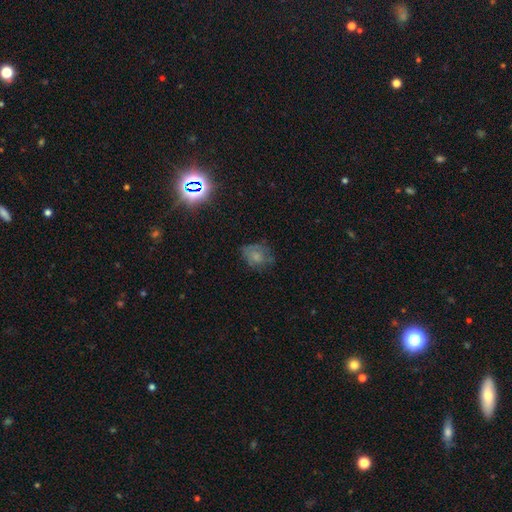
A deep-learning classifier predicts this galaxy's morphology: A smooth galaxy with no disk features (58%) that is in between round and cigar-shaped (55%).

Vote fractions:
- Smooth or featured? smooth: 58% / featured or disk: 27% / star or artifact: 14%
- How rounded? in between: 55% / round: 44% / cigar-shaped: 1%
- Merging? none: 56% / minor disturbance: 27% / major disturbance: 15% / merger: 2%